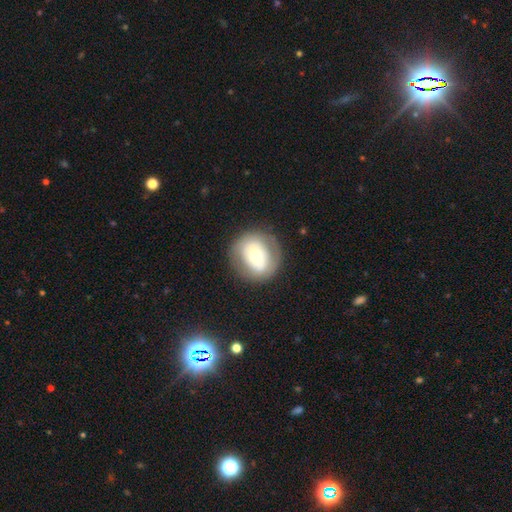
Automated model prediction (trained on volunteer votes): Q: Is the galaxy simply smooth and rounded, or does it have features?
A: smooth — 47%.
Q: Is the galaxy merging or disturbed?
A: none — 82%.